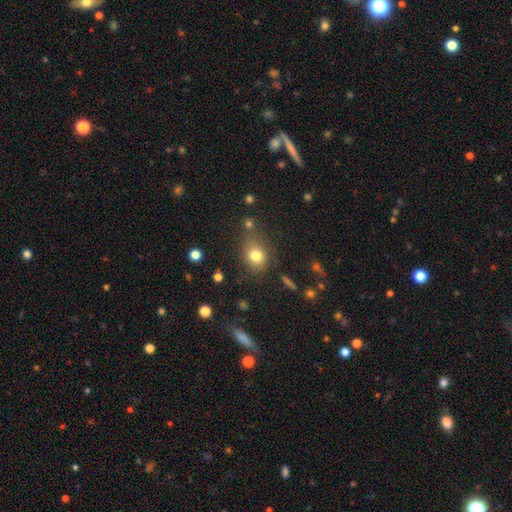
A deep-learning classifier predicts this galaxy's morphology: smooth_or_featured: smooth (p=0.77) [alt: star or artifact p=0.14]
how_rounded: round (p=0.57) [alt: in between p=0.42]
merging: none (p=0.71) [alt: minor disturbance p=0.16]